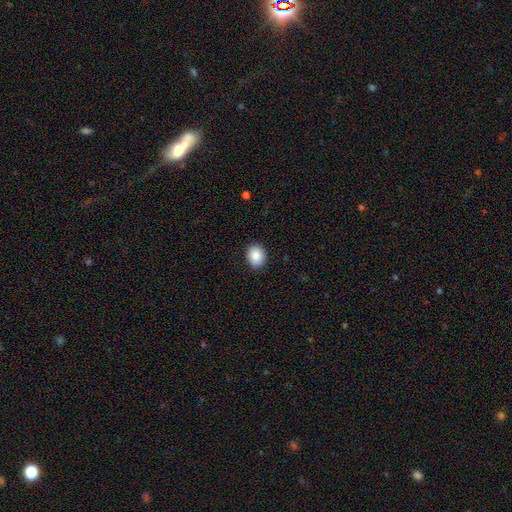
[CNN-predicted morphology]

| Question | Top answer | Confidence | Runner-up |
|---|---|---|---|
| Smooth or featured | smooth | 88% | star or artifact (8%) |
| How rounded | round | 55% | in between (44%) |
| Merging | none | 90% | minor disturbance (7%) |